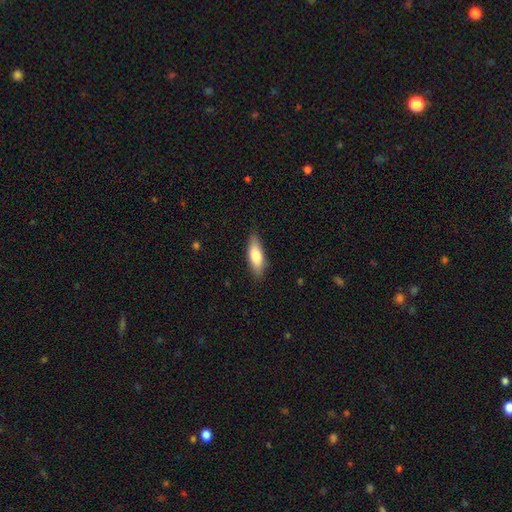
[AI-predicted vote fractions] smooth 75%, featured or disk 19%, star or artifact 6%. Down the decision tree: how rounded — in between (56%); merging — none (85%).